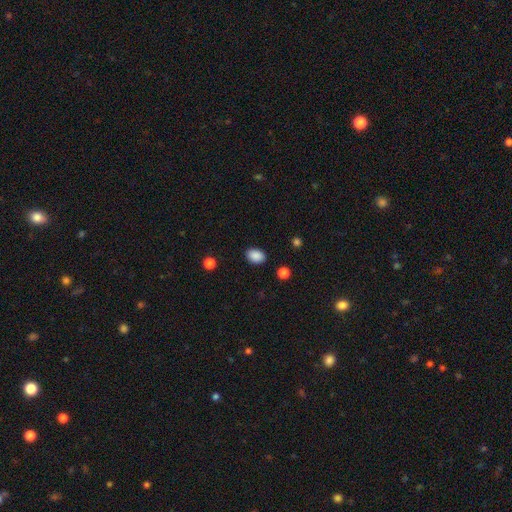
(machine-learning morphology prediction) Smooth or featured? Predicted: smooth (p=0.88). How rounded? Predicted: in between (p=0.78). Merging? Predicted: none (p=0.88).